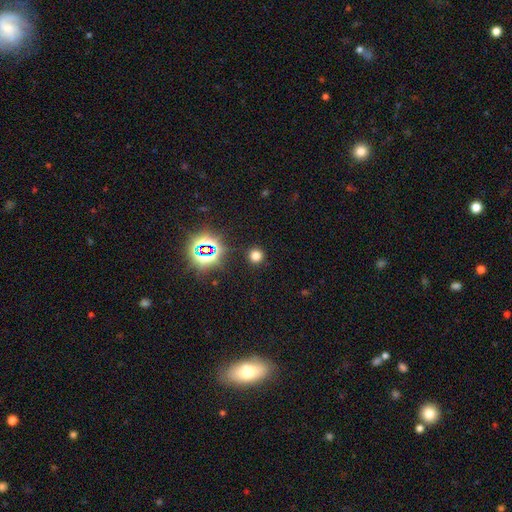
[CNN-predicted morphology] smooth-or-featured: smooth: 69% | star or artifact: 25% | featured or disk: 6%
  how-rounded: round: 92% | in between: 6% | cigar-shaped: 1%
  merging: none: 90% | minor disturbance: 6% | major disturbance: 3% | merger: 2%